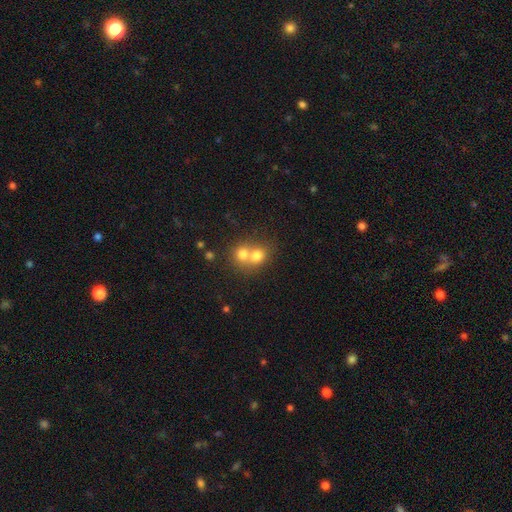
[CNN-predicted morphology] Smooth or featured? Predicted: smooth (p=0.71). How rounded? Predicted: round (p=0.75). Merging? Predicted: merger (p=0.67).